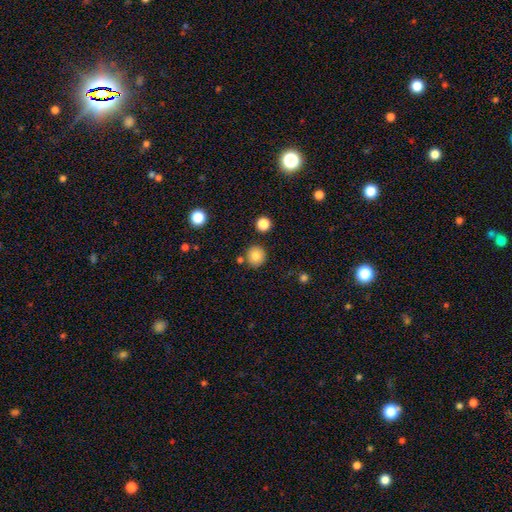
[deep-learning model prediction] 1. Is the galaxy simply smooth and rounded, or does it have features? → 83% smooth, 10% star or artifact, 6% featured or disk.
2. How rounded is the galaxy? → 90% round, 9% in between, 1% cigar-shaped.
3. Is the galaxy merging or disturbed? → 85% none, 8% minor disturbance, 6% merger, 2% major disturbance.